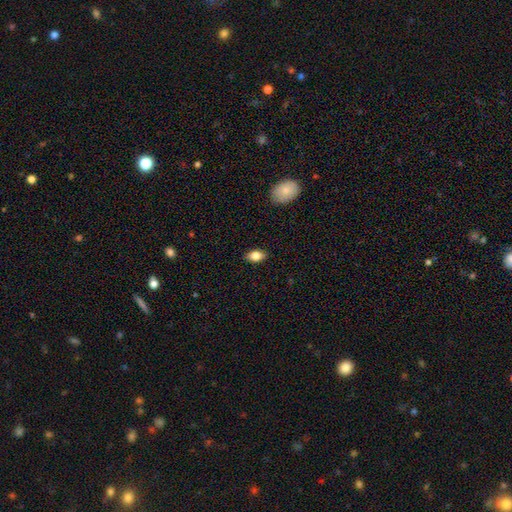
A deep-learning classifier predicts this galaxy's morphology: The model was most divided on "smooth or featured": smooth: 82%, featured or disk: 10%, star or artifact: 8%. More confident: merging — none (88%); how rounded — in between (88%).